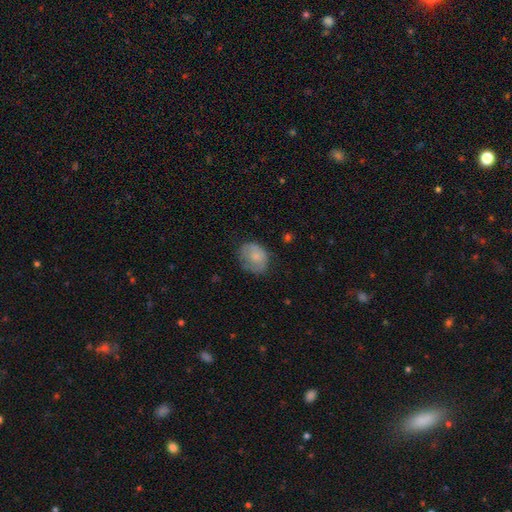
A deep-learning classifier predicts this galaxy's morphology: A smooth galaxy with no disk features (67%) that is in between round and cigar-shaped (54%). Merging: none (56%).